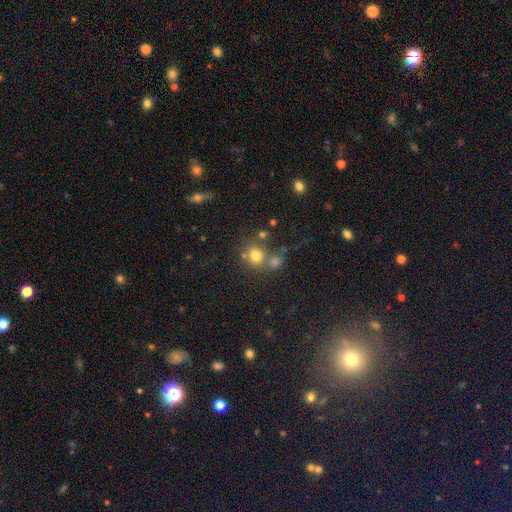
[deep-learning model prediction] Overall: smooth (74%). How rounded: round (83%). Merging: none (60%; merger 25%).